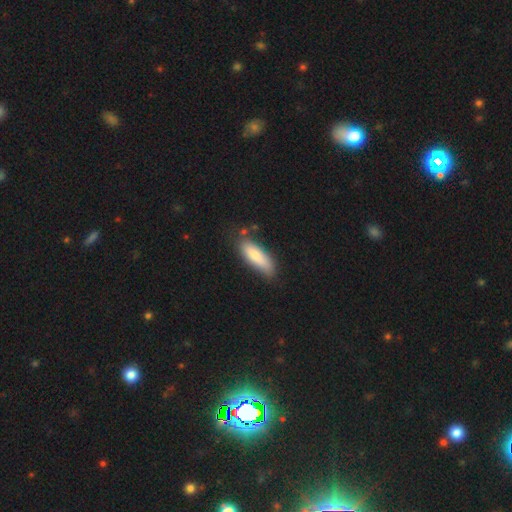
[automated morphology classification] Q: Smooth or featured?
A: smooth (82%); runner-up: featured or disk (12%)
Q: How rounded?
A: in between (54%); runner-up: cigar-shaped (44%)
Q: Merging?
A: none (74%); runner-up: minor disturbance (19%)